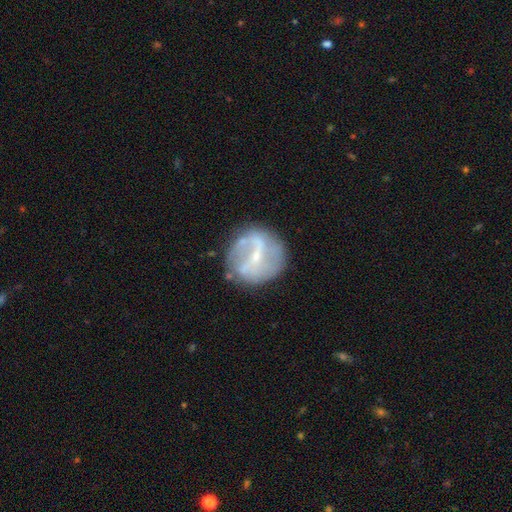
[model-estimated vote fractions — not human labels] Smooth or featured? featured or disk (73%)
Edge-on disk? no (96%)
Bar? weak (41%, tied with strong)
Spiral arms? yes (69%)
Bulge size? small (71%)
Merging? none (72%)